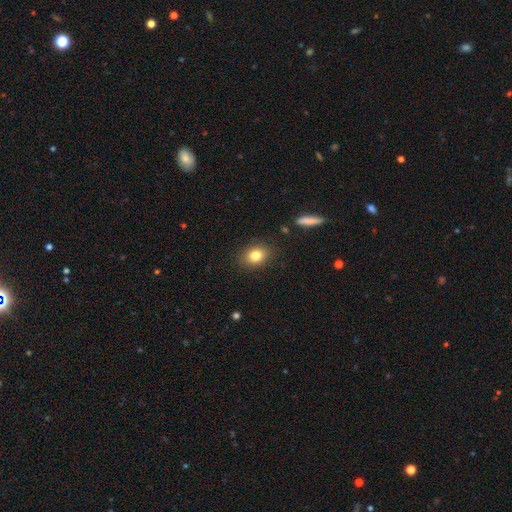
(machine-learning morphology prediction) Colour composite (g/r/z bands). It shows a smooth galaxy with no disk features (81%) that is in between round and cigar-shaped (55%). Merging: none (86%).